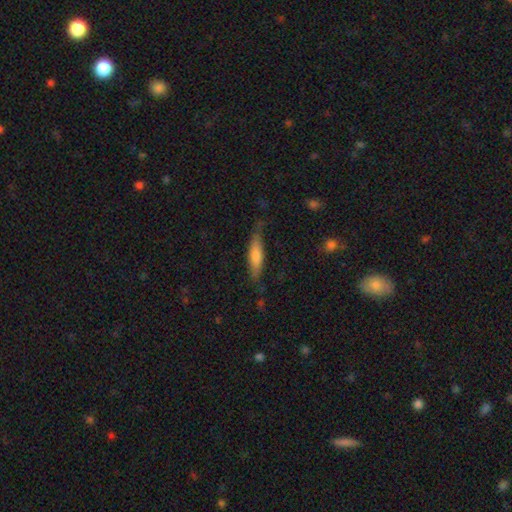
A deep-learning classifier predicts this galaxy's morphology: This is likely a smooth galaxy (64%). How rounded: likely cigar-shaped (76%). Merging: likely none (69%).